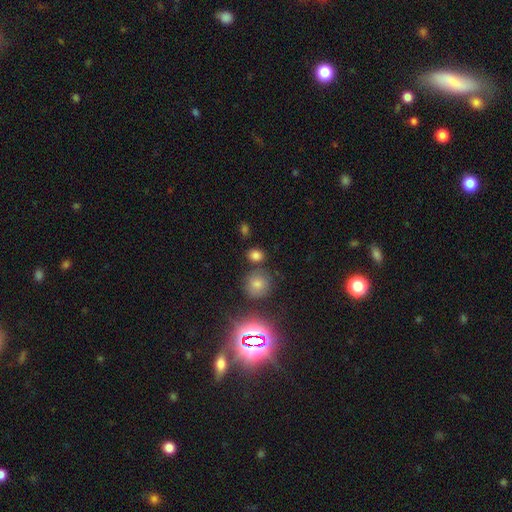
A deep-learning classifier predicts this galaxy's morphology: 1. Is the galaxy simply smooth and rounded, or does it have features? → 78% smooth, 16% star or artifact, 6% featured or disk.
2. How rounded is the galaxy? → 61% round, 38% in between, 2% cigar-shaped.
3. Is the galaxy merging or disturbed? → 74% none, 12% merger, 10% minor disturbance, 4% major disturbance.